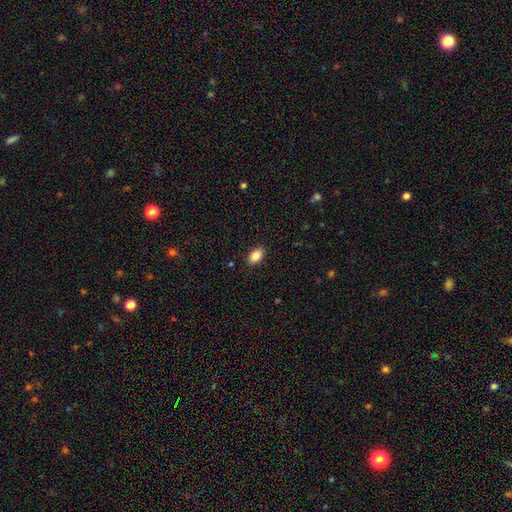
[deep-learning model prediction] Q: Smooth or featured?
A: smooth (87%); runner-up: star or artifact (8%)
Q: How rounded?
A: in between (89%); runner-up: round (10%)
Q: Merging?
A: none (88%); runner-up: minor disturbance (8%)